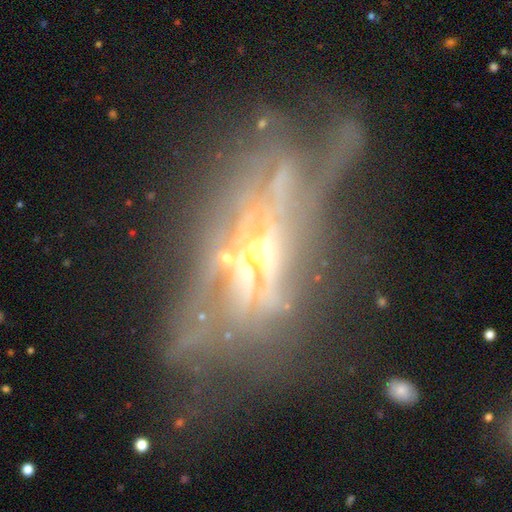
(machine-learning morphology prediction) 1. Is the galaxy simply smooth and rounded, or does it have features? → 72% featured or disk, 15% star or artifact, 13% smooth.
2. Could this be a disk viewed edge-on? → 51% no, 49% yes.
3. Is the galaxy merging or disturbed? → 38% major disturbance, 36% none, 18% minor disturbance, 8% merger.